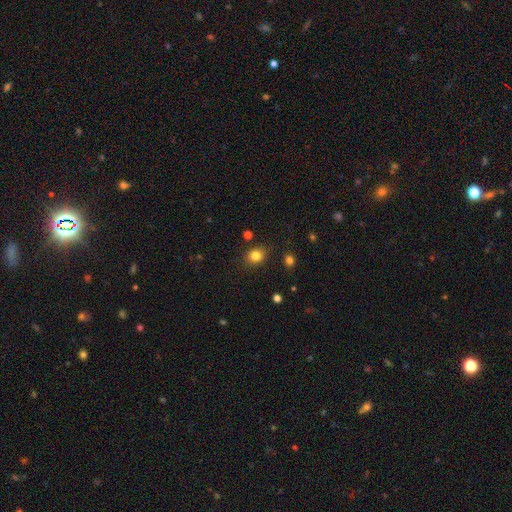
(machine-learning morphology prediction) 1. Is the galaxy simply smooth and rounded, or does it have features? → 82% smooth, 12% star or artifact, 6% featured or disk.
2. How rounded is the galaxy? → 63% round, 36% in between, 1% cigar-shaped.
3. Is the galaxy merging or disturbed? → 84% none, 10% minor disturbance, 3% major disturbance, 2% merger.